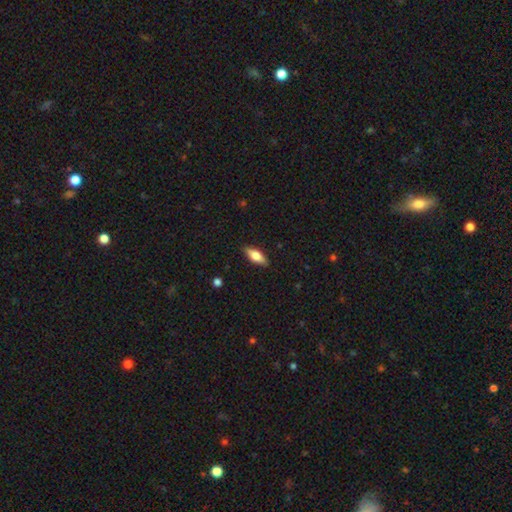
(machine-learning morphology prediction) The model was most divided on "smooth or featured": smooth: 61%, featured or disk: 33%, star or artifact: 6%. More confident: merging — none (87%); how rounded — in between (69%).